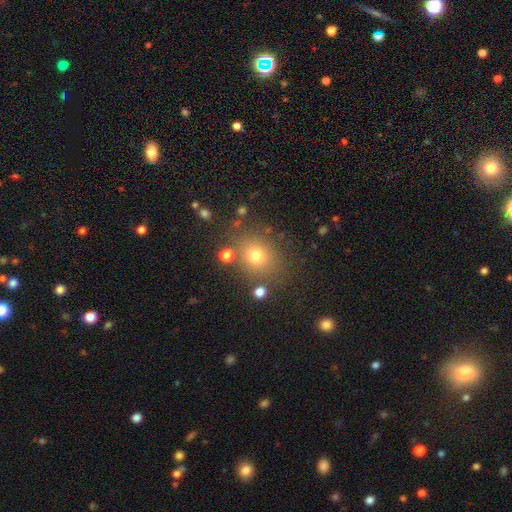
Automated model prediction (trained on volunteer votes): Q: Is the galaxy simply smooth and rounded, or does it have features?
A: smooth — 71%.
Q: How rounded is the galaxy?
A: round — 68%.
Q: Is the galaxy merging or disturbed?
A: none — 81%.